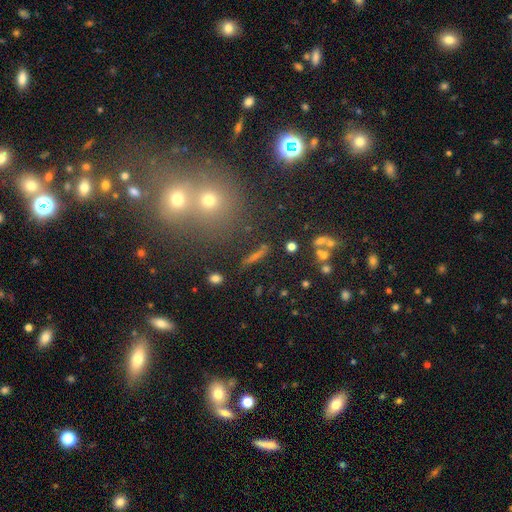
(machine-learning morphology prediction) A smooth galaxy with no disk features (41%).

Vote fractions:
- Smooth or featured? smooth: 41% / featured or disk: 29% / star or artifact: 29%
- Merging? none: 79% / minor disturbance: 9% / merger: 8% / major disturbance: 4%